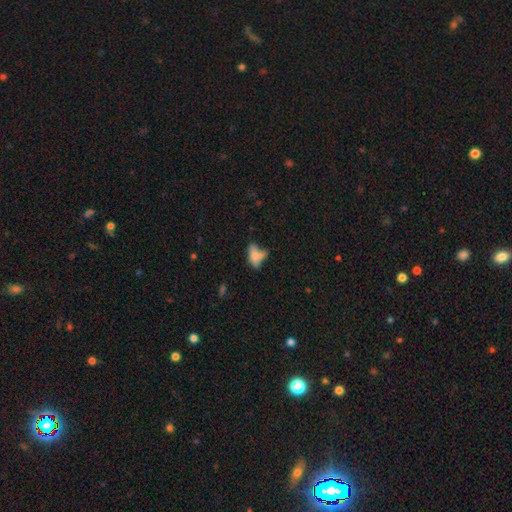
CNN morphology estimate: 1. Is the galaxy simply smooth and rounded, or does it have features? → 62% smooth, 25% featured or disk, 13% star or artifact.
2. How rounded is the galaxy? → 78% in between, 14% cigar-shaped, 8% round.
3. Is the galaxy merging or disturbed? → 31% none, 28% merger, 20% major disturbance, 20% minor disturbance.